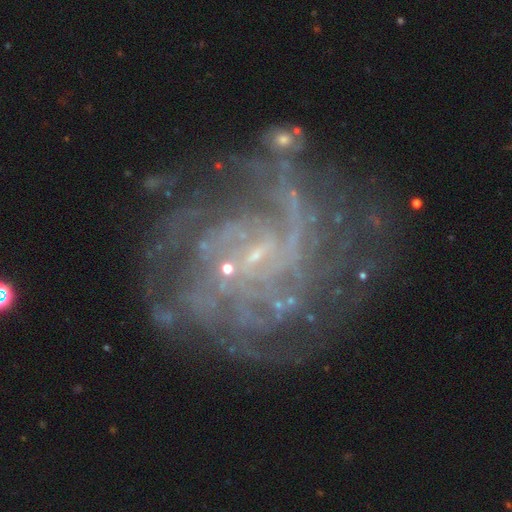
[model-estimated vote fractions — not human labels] Overall: featured or disk (87%). Edge-on disk: no (98%). Bar: no (47%; weak 40%). Spiral arms: yes (95%). Spiral arm count: can't tell (29%; 4 18%). Spiral winding: tight (55%; medium 34%). Bulge size: small (74%). Merging: none (64%).